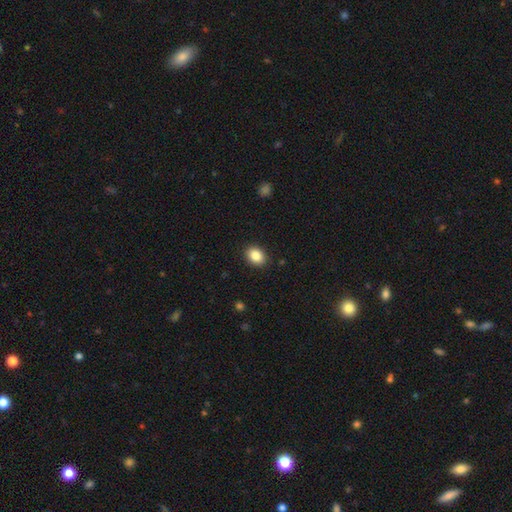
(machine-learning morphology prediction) The model was most divided on "how rounded": in between: 68%, round: 31%, cigar-shaped: 1%. More confident: merging — none (90%); smooth or featured — smooth (86%).